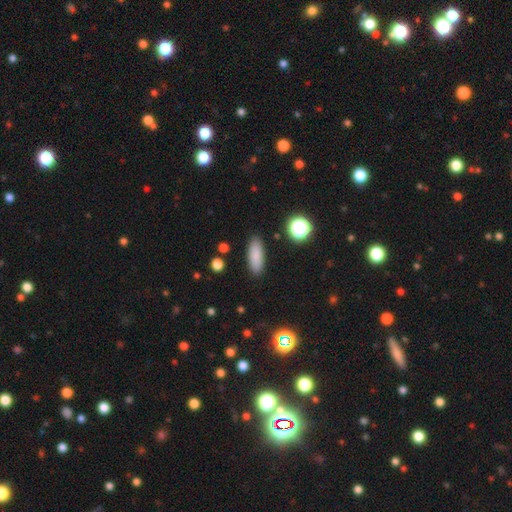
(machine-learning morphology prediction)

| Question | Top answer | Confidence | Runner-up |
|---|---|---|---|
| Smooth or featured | smooth | 84% | star or artifact (9%) |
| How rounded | in between | 65% | cigar-shaped (32%) |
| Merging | none | 89% | minor disturbance (8%) |